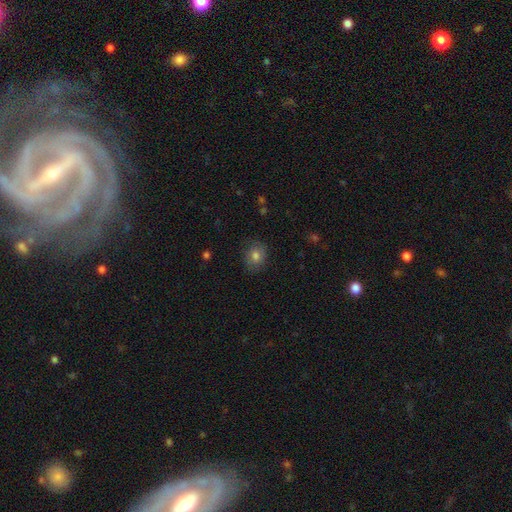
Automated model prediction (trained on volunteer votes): Smooth or featured: smooth — 78% (featured or disk — 12%)
How rounded: round — 62% (in between — 37%)
Merging: none — 81% (minor disturbance — 14%)